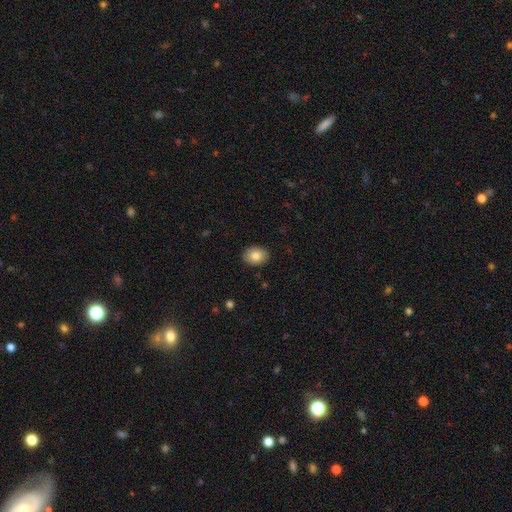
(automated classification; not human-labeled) Smooth or featured? smooth (83%)
How rounded? in between (65%)
Merging? none (90%)